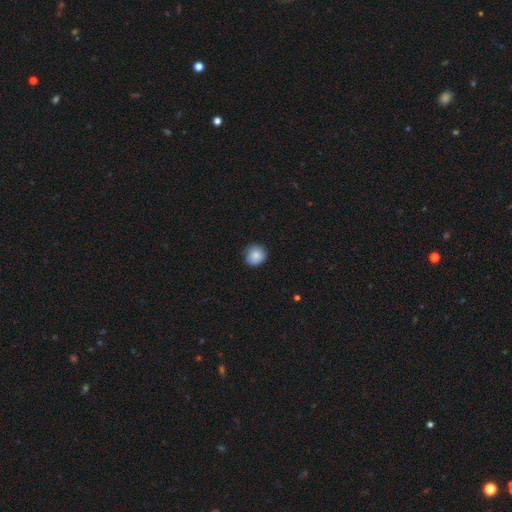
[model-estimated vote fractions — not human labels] smooth-or-featured: smooth: 84% | star or artifact: 8% | featured or disk: 8%
  how-rounded: round: 88% | in between: 11% | cigar-shaped: 1%
  merging: none: 75% | minor disturbance: 21% | major disturbance: 3% | merger: 1%